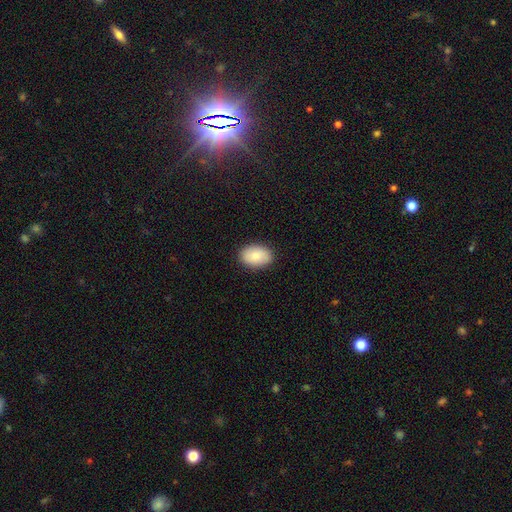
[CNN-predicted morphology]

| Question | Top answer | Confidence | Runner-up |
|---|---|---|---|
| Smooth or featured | smooth | 85% | featured or disk (9%) |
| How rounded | in between | 87% | round (12%) |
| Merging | none | 89% | minor disturbance (9%) |